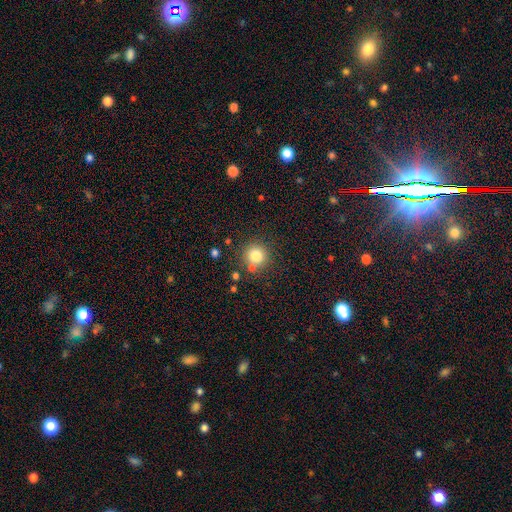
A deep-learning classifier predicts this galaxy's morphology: smooth_or_featured: smooth (p=0.80) [alt: star or artifact p=0.12]
how_rounded: round (p=0.93) [alt: in between p=0.06]
merging: none (p=0.78) [alt: merger p=0.10]